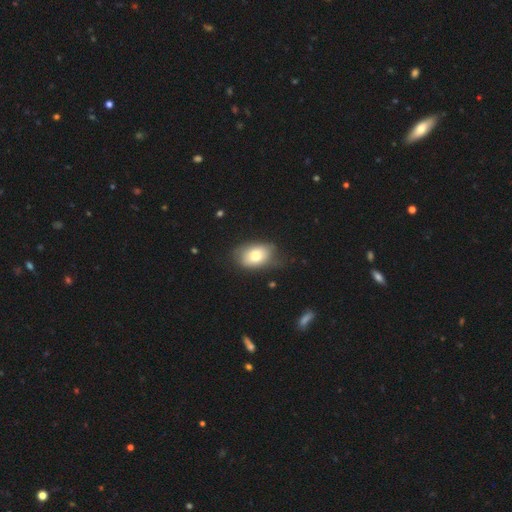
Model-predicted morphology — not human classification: type=smooth (76%); roundness=in between (84%); merging=none (66%).